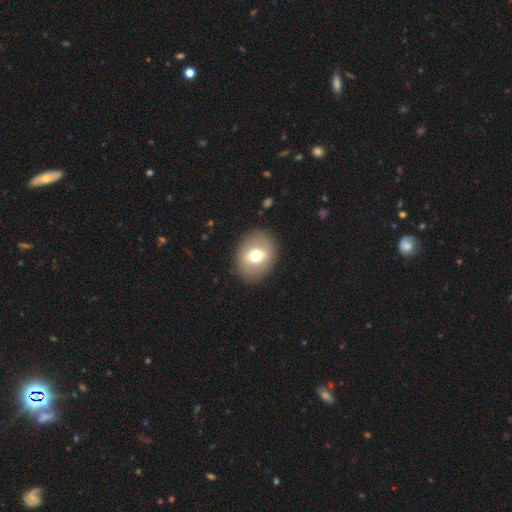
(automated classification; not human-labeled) smooth 62%, featured or disk 30%, star or artifact 8%. Down the decision tree: how rounded — in between (56%); merging — none (88%).